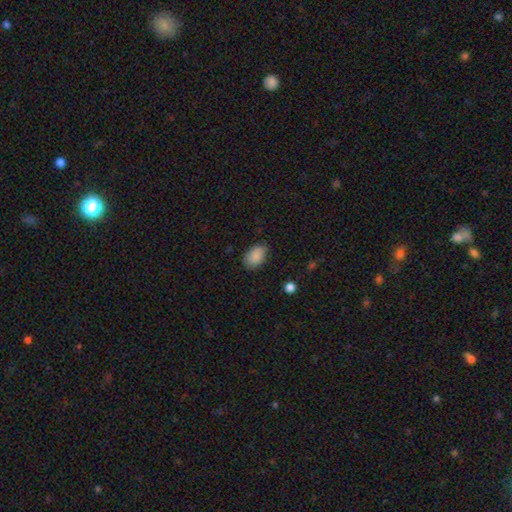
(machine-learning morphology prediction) A smooth galaxy with no disk features (88%) that is in between round and cigar-shaped (87%).

Vote fractions:
- Smooth or featured? smooth: 88% / star or artifact: 7% / featured or disk: 4%
- How rounded? in between: 87% / round: 12% / cigar-shaped: 1%
- Merging? none: 80% / minor disturbance: 15% / major disturbance: 3% / merger: 1%